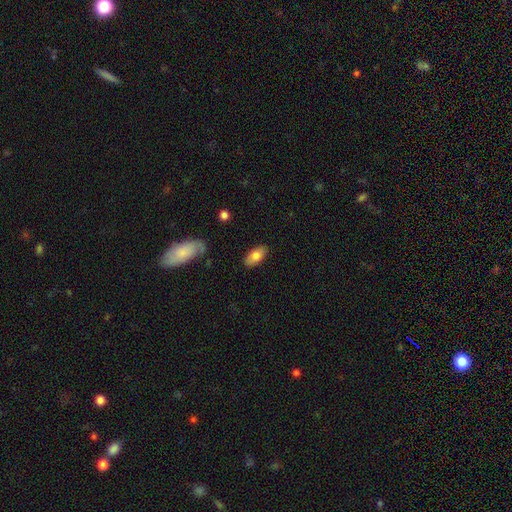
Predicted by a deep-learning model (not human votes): The model was most divided on "smooth or featured": smooth: 79%, featured or disk: 15%, star or artifact: 7%. More confident: how rounded — in between (91%); merging — none (86%).